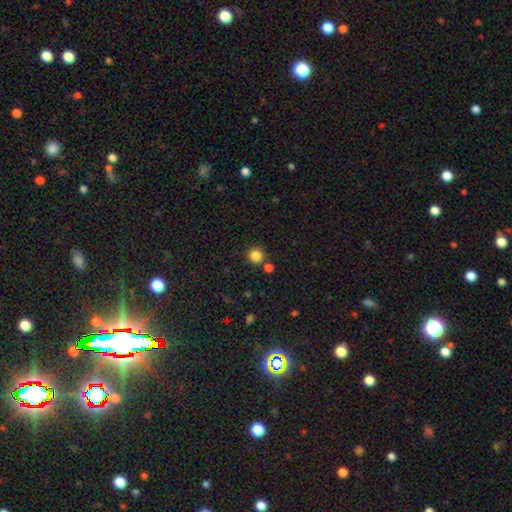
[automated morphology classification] smooth 84%, star or artifact 12%, featured or disk 4%. Down the decision tree: how rounded — round (93%); merging — none (78%).